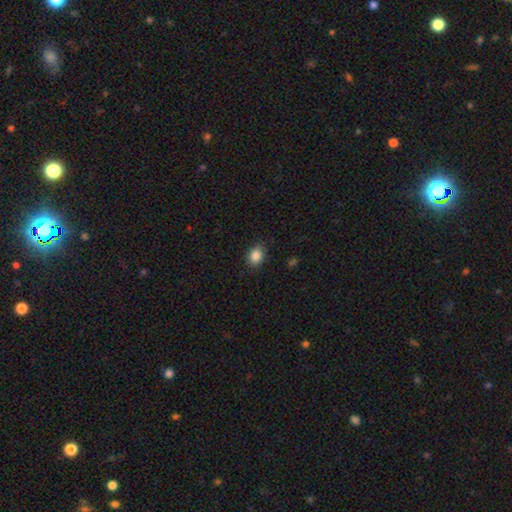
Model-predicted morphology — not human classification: Smooth or featured? Predicted: smooth (p=0.86). How rounded? Predicted: in between (p=0.65). Merging? Predicted: none (p=0.86).